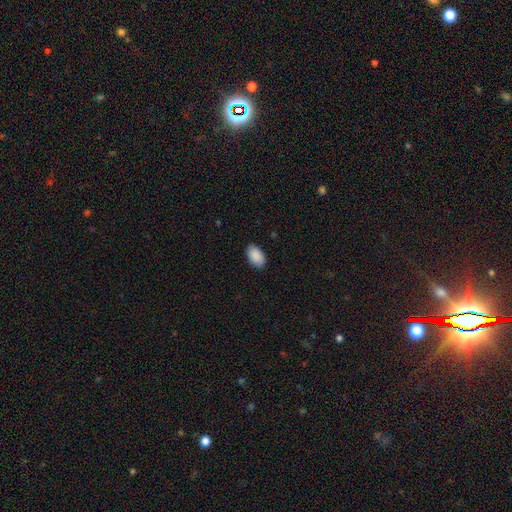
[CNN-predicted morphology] Overall: smooth (91%). How rounded: in between (93%). Merging: none (89%).